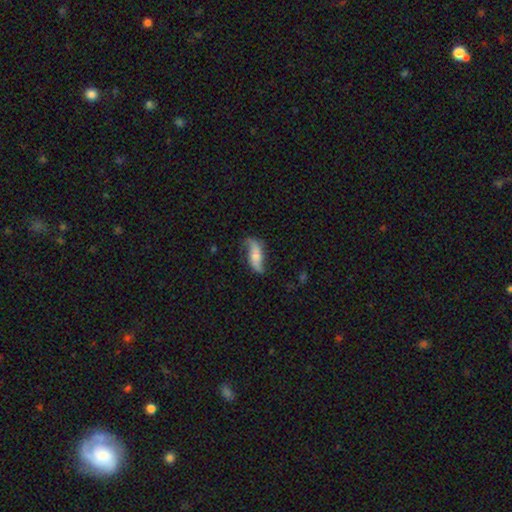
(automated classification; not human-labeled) Q: Smooth or featured?
A: featured or disk (65%); runner-up: smooth (29%)
Q: Edge-on disk?
A: no (88%); runner-up: yes (12%)
Q: Bar?
A: no (59%); runner-up: weak (26%)
Q: Spiral arms?
A: yes (91%); runner-up: no (9%)
Q: Spiral winding?
A: loose (84%); runner-up: medium (11%)
Q: Spiral arm count?
A: 2 (90%); runner-up: 1 (4%)
Q: Bulge size?
A: small (50%); runner-up: moderate (32%)
Q: Merging?
A: none (66%); runner-up: minor disturbance (22%)